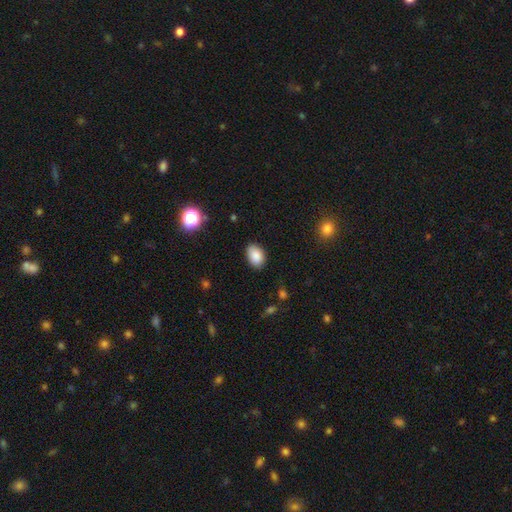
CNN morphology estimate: Smooth or featured? Predicted: smooth (p=0.87). How rounded? Predicted: in between (p=0.84). Merging? Predicted: none (p=0.81).